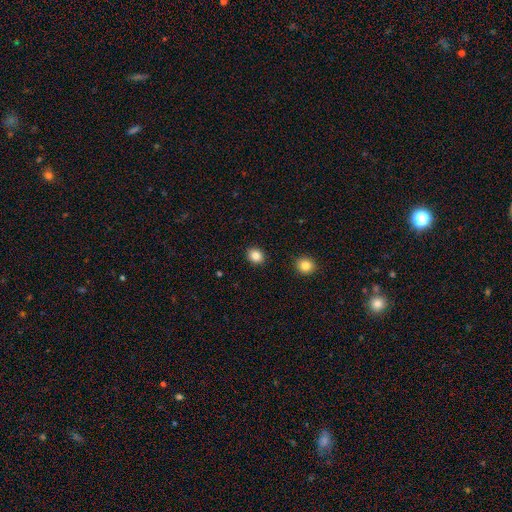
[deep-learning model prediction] A smooth galaxy with no disk features (85%) that is round (59%). Merging: none (90%).